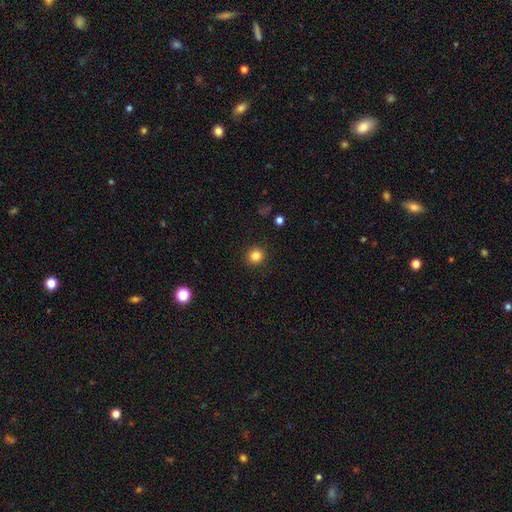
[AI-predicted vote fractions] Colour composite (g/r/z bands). It shows a smooth galaxy with no disk features (84%) that is round (93%). Merging: none (92%).